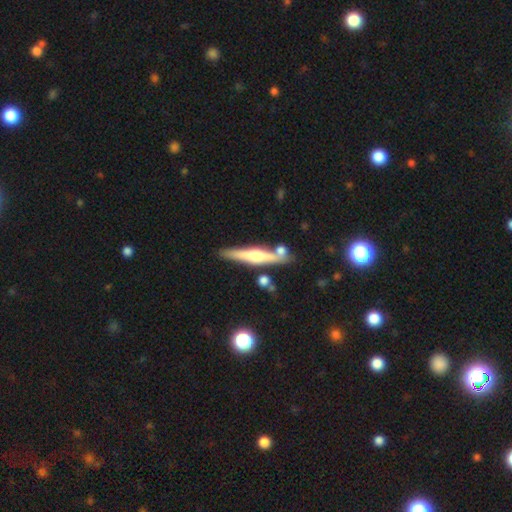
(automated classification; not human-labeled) This is likely a featured or disk galaxy (63%). It is clearly viewed edge-on (97%). Edge-on bulge: clearly rounded (84%). Merging: likely none (78%).